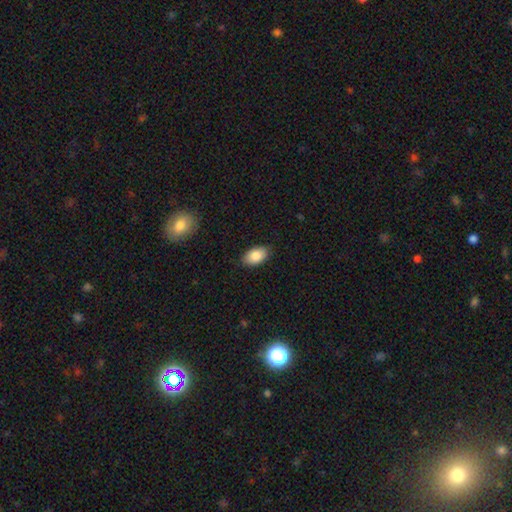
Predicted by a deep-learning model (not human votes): smooth 86%, featured or disk 7%, star or artifact 7%. Down the decision tree: how rounded — in between (93%); merging — none (85%).